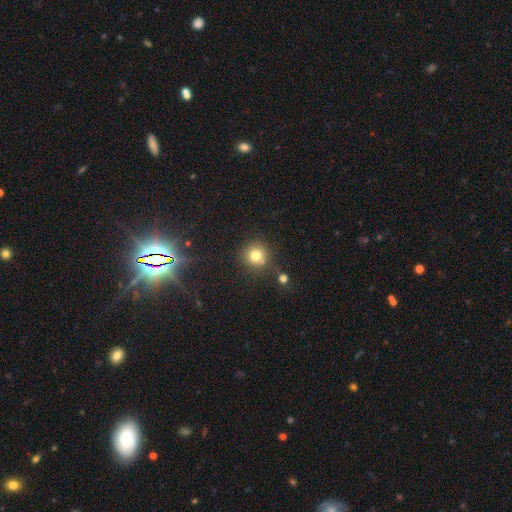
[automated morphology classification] smooth-or-featured: smooth: 78% | star or artifact: 14% | featured or disk: 8%
  how-rounded: round: 93% | in between: 6% | cigar-shaped: 1%
  merging: none: 76% | minor disturbance: 11% | merger: 10% | major disturbance: 4%